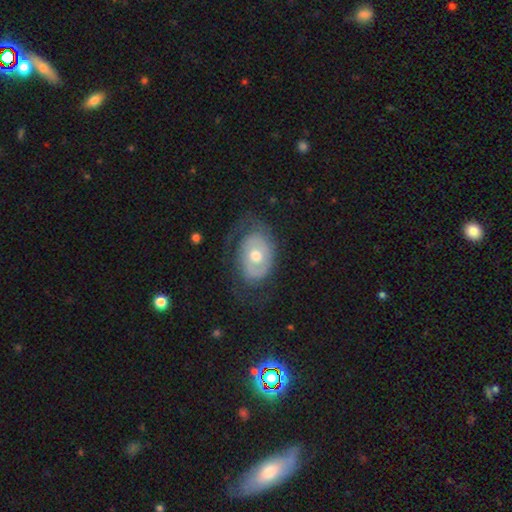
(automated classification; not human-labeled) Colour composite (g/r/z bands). It shows a featured or disk galaxy (62%) with no bar (78%), spiral arms (55%) and a moderate central bulge (76%). Merging: none (59%).